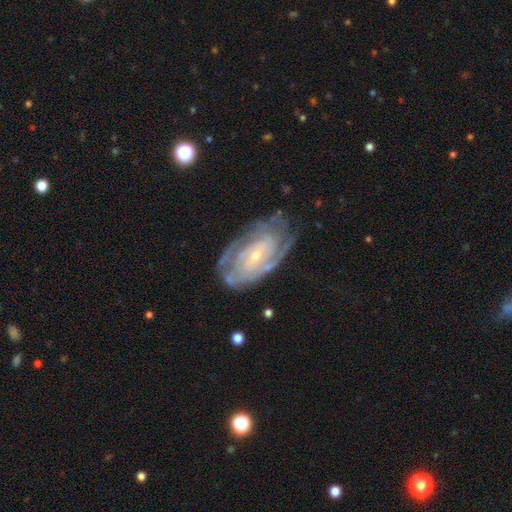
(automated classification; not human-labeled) featured or disk 85%, smooth 10%, star or artifact 6%. Down the decision tree: edge-on disk — no (95%); bar — no (55%); spiral arms — yes (92%); spiral arm count — can't tell (41%); spiral winding — tight (69%); bulge size — small (76%); merging — none (69%).